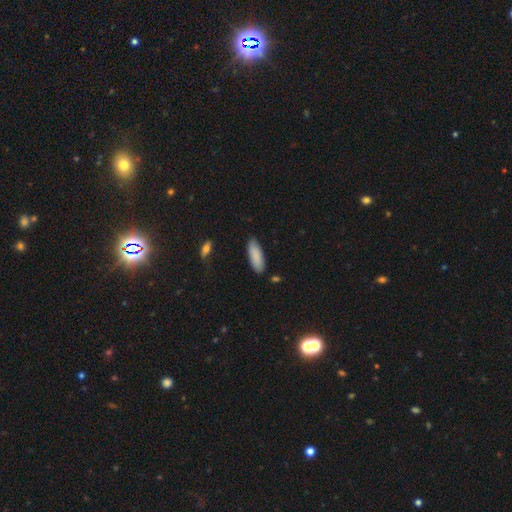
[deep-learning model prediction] Smooth or featured? Predicted: smooth (p=0.89). How rounded? Predicted: in between (p=0.65). Merging? Predicted: none (p=0.86).